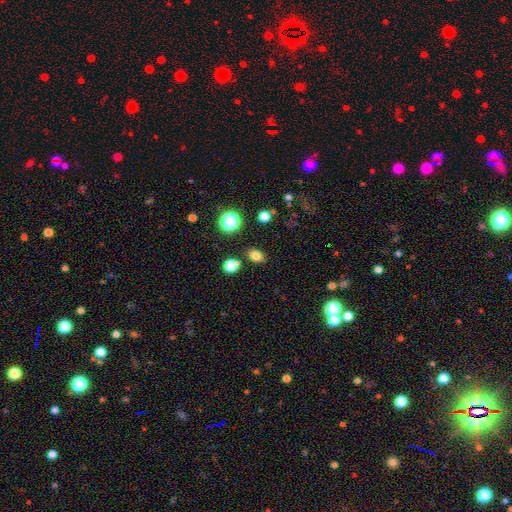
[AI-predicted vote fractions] Smooth or featured? smooth (78%)
How rounded? in between (67%)
Merging? none (81%)